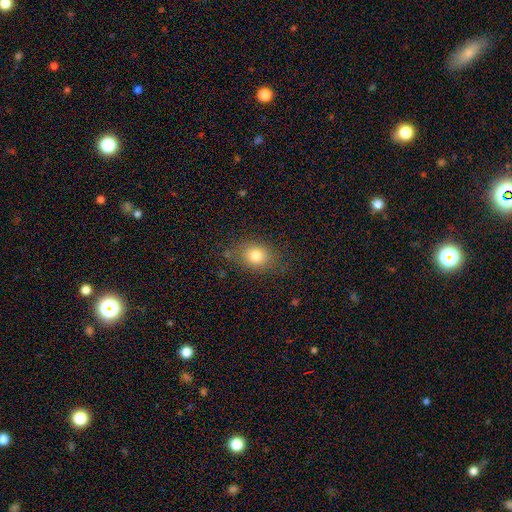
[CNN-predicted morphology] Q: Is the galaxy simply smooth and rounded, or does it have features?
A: smooth — 78%.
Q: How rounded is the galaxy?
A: in between — 57%.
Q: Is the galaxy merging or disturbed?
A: none — 77%.